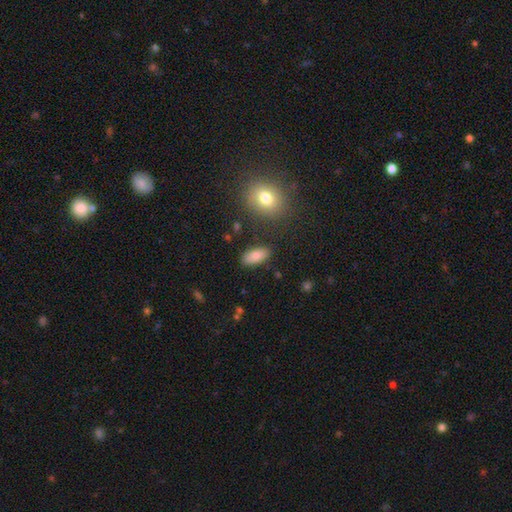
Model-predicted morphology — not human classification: A smooth galaxy with no disk features (85%) that is in between round and cigar-shaped (89%).

Vote fractions:
- Smooth or featured? smooth: 85% / star or artifact: 8% / featured or disk: 8%
- How rounded? in between: 89% / cigar-shaped: 8% / round: 3%
- Merging? none: 85% / minor disturbance: 10% / major disturbance: 3% / merger: 3%